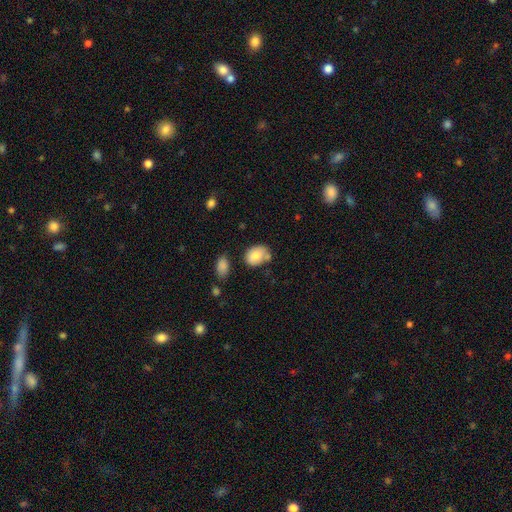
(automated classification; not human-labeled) Overall: smooth (79%). How rounded: in between (66%; round 33%). Merging: none (57%; minor disturbance 23%).